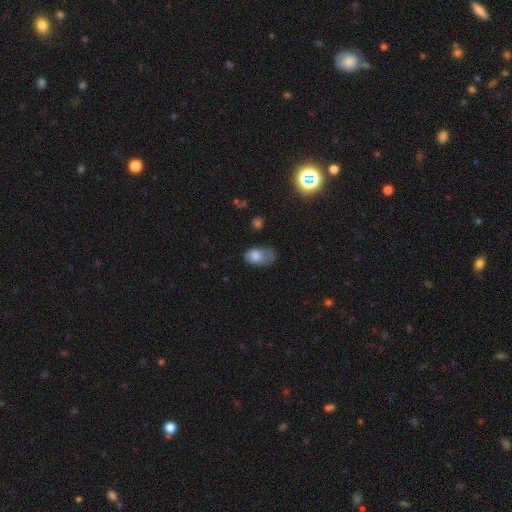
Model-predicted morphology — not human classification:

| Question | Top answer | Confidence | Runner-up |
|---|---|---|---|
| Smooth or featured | smooth | 75% | featured or disk (16%) |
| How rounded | in between | 85% | round (13%) |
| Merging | minor disturbance | 35% | major disturbance (33%) |